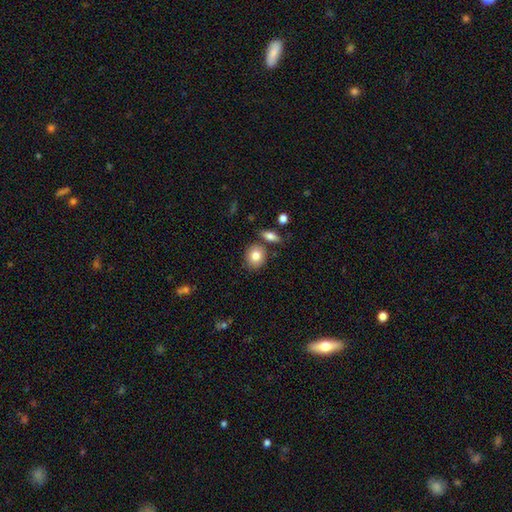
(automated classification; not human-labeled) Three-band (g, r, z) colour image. It shows a smooth galaxy with no disk features (81%) that is round (67%). Merging: none (75%).